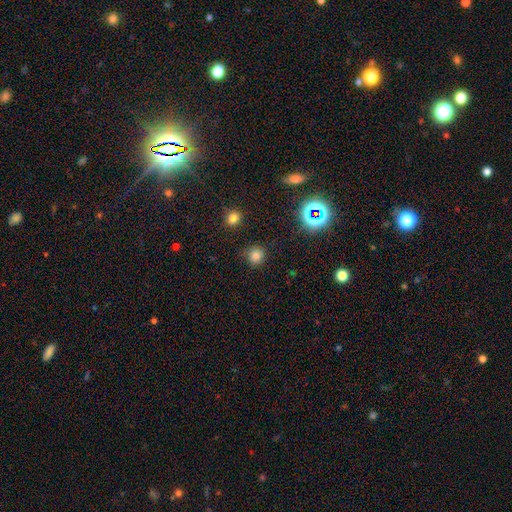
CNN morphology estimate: Overall: smooth (77%). How rounded: round (91%). Merging: none (85%).